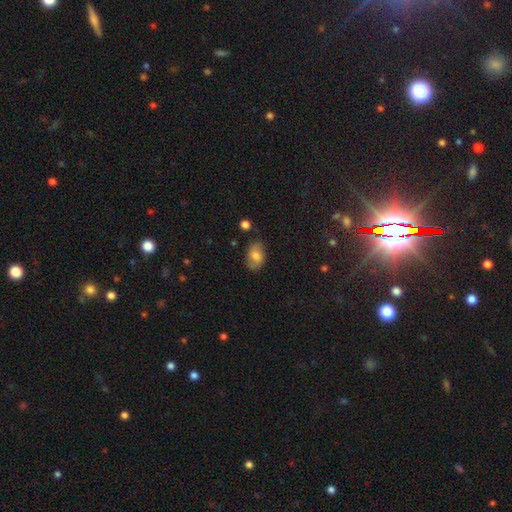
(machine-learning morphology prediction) A smooth galaxy with no disk features (70%) that is in between round and cigar-shaped (86%).

Vote fractions:
- Smooth or featured? smooth: 70% / featured or disk: 22% / star or artifact: 8%
- How rounded? in between: 86% / round: 12% / cigar-shaped: 1%
- Merging? none: 74% / minor disturbance: 19% / major disturbance: 4% / merger: 2%